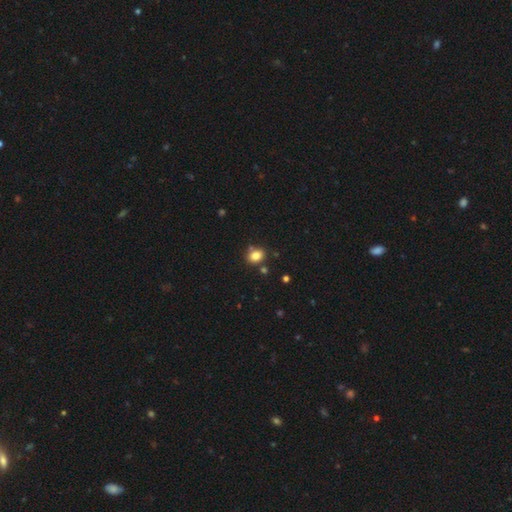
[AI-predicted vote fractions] Smooth or featured?
  - smooth: 82% *
  - star or artifact: 11%
  - featured or disk: 6%
How rounded?
  - in between: 52% *
  - round: 47%
  - cigar-shaped: 1%
Merging?
  - none: 75% *
  - minor disturbance: 13%
  - merger: 9%
  - major disturbance: 3%